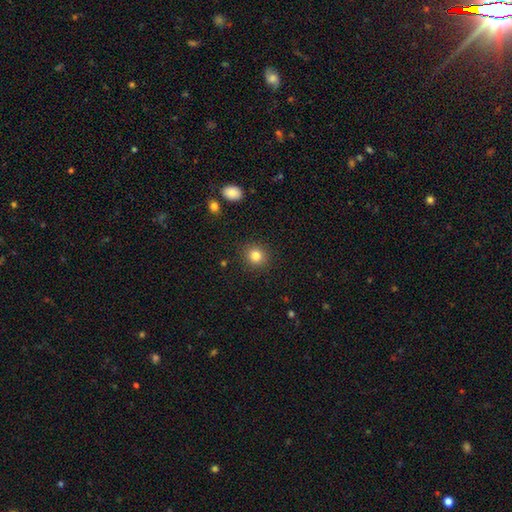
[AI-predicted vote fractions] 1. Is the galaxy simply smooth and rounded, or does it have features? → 84% smooth, 11% star or artifact, 6% featured or disk.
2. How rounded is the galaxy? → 85% round, 14% in between, 1% cigar-shaped.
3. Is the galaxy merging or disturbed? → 89% none, 7% minor disturbance, 2% major disturbance, 1% merger.